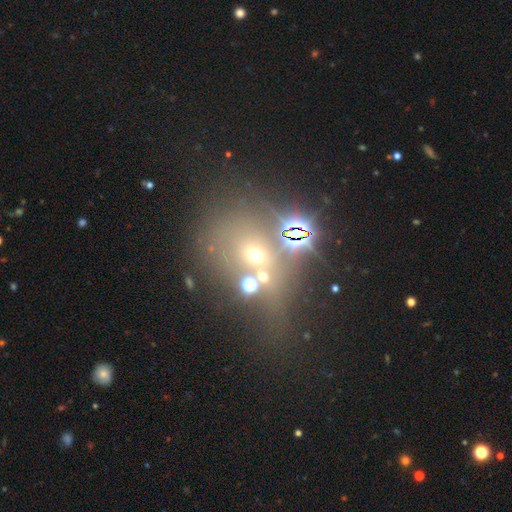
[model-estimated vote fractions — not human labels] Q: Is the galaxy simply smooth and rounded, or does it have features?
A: smooth — 41%.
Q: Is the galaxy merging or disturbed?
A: none — 55%.